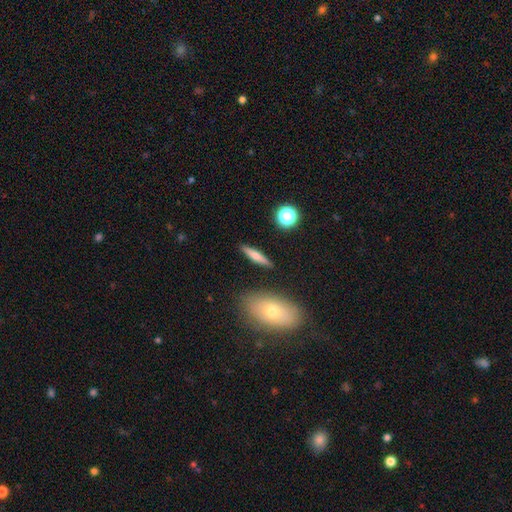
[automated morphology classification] Q: Smooth or featured?
A: smooth (52%); runner-up: featured or disk (41%)
Q: How rounded?
A: cigar-shaped (77%); runner-up: in between (19%)
Q: Merging?
A: none (88%); runner-up: minor disturbance (7%)